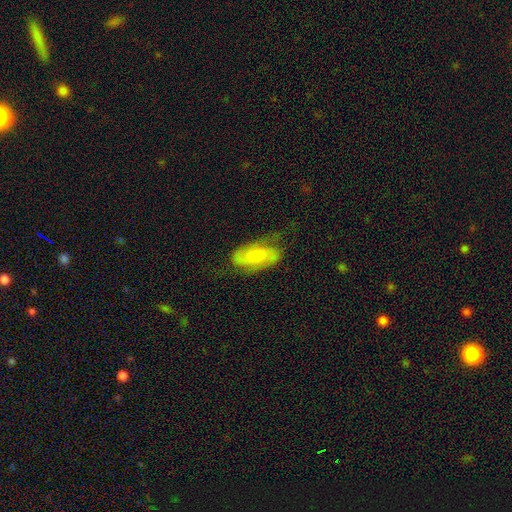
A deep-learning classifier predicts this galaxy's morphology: The model was most divided on "smooth or featured": featured or disk: 50%, smooth: 42%, star or artifact: 8%. More confident: edge-on disk — no (93%); merging — none (59%).